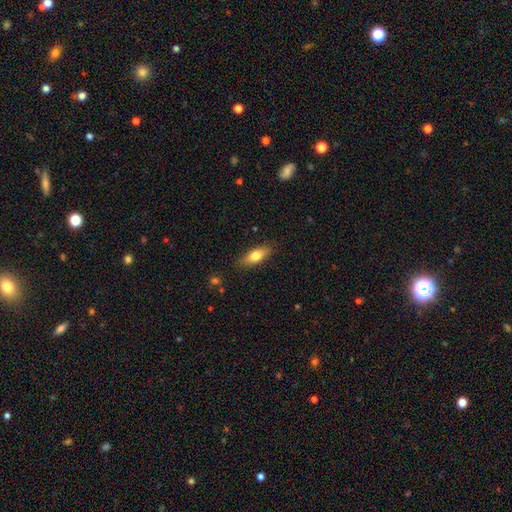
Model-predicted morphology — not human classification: Overall: smooth (70%). How rounded: in between (64%; cigar-shaped 33%). Merging: none (86%).